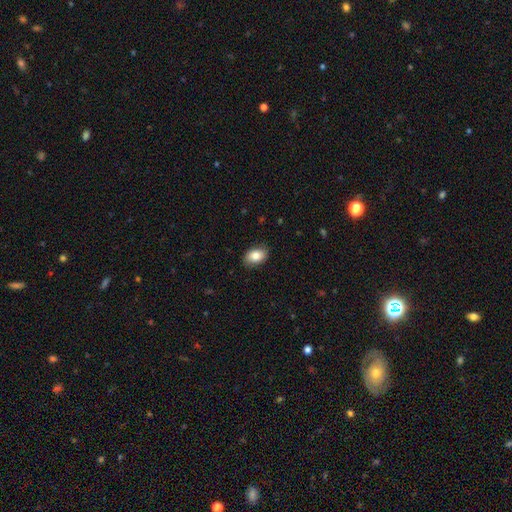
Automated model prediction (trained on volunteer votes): Overall: smooth (83%). How rounded: in between (85%). Merging: none (86%).